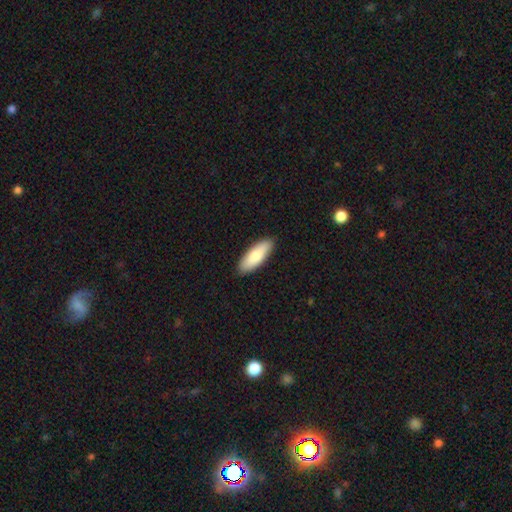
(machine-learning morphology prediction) smooth 82%, featured or disk 13%, star or artifact 5%. Down the decision tree: how rounded — in between (65%); merging — none (90%).